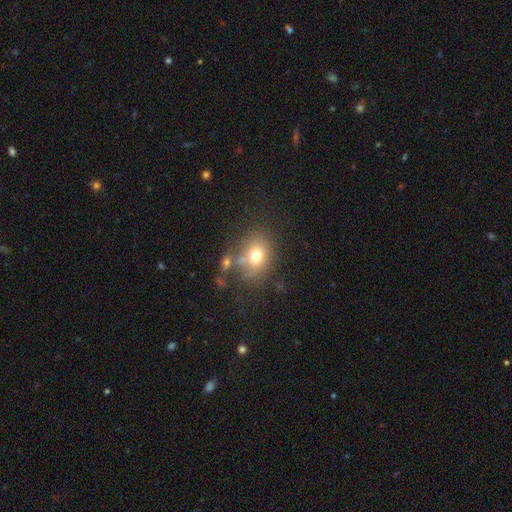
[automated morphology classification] This is likely a smooth galaxy (70%). How rounded: possibly round (56%). Merging: possibly none (56%).